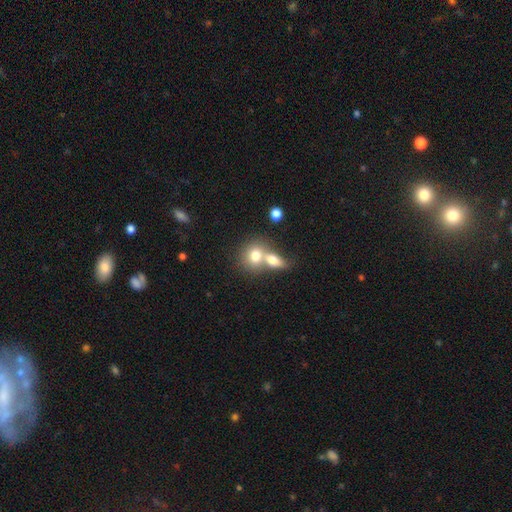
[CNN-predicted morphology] The model was most divided on "how rounded": round: 55%, in between: 43%, cigar-shaped: 2%. More confident: smooth or featured — smooth (74%); merging — merger (64%).